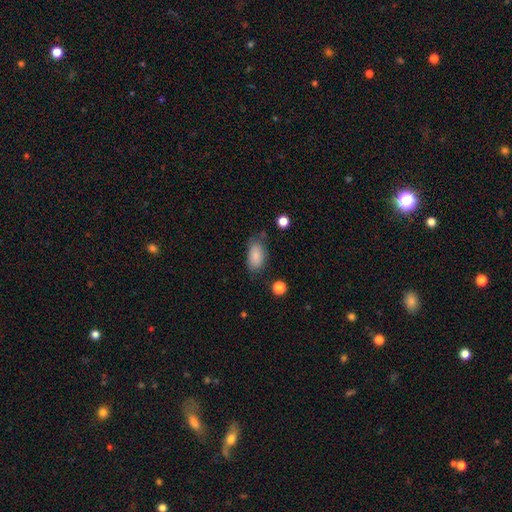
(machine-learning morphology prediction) Smooth or featured? smooth (86%)
How rounded? in between (92%)
Merging? none (69%)